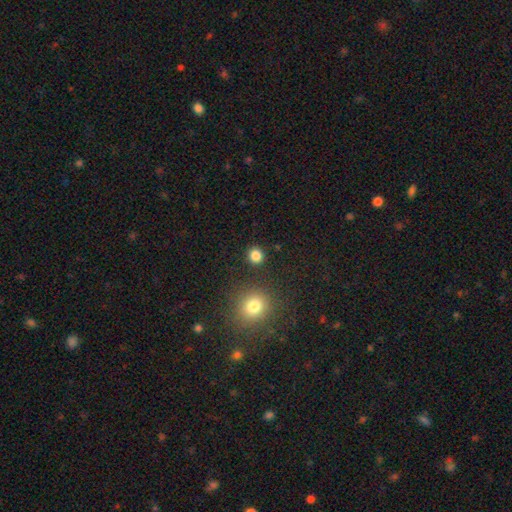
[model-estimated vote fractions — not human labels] This appears to be a smooth galaxy with no disk features (83%) that is round (90%). Merging: none (89%).